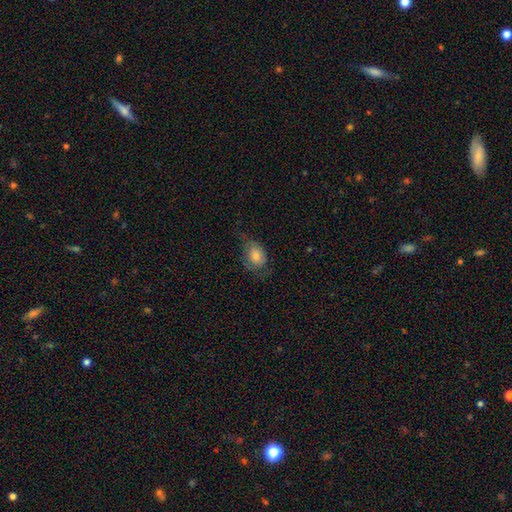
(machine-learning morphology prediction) Smooth or featured? smooth (64%)
How rounded? in between (67%)
Merging? none (48%)